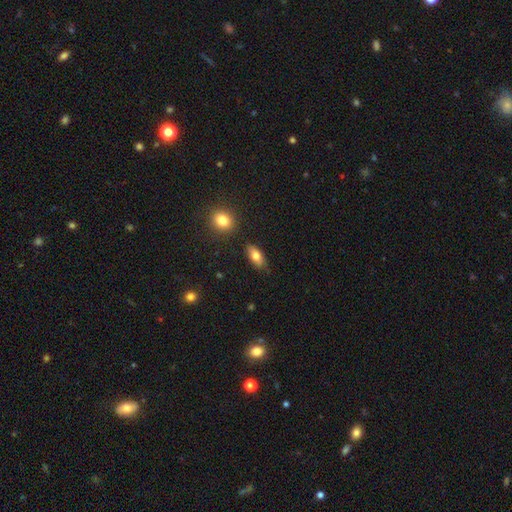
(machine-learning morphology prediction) The model was most divided on "smooth or featured": smooth: 77%, featured or disk: 15%, star or artifact: 8%. More confident: how rounded — in between (85%); merging — none (82%).